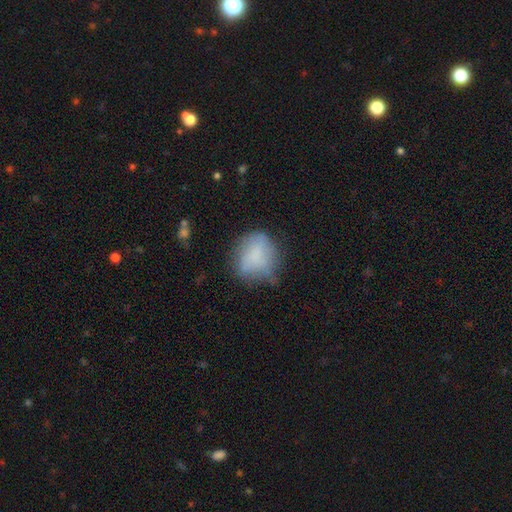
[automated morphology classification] The model was most divided on "merging": none: 50%, minor disturbance: 34%, major disturbance: 13%, merger: 3%. More confident: smooth or featured — smooth (73%); how rounded — round (65%).